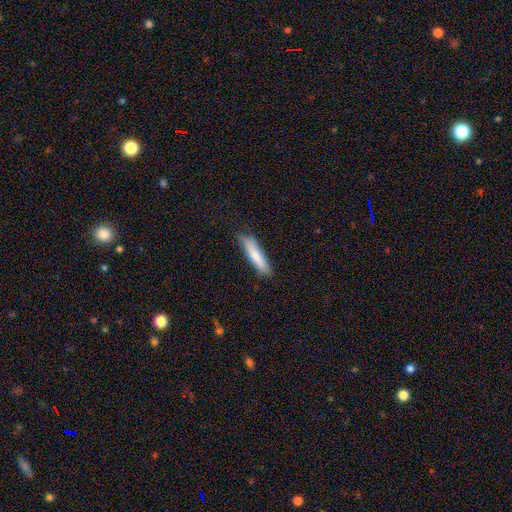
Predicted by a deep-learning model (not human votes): A smooth galaxy with no disk features (78%) that is cigar-shaped (84%). Merging: none (80%).